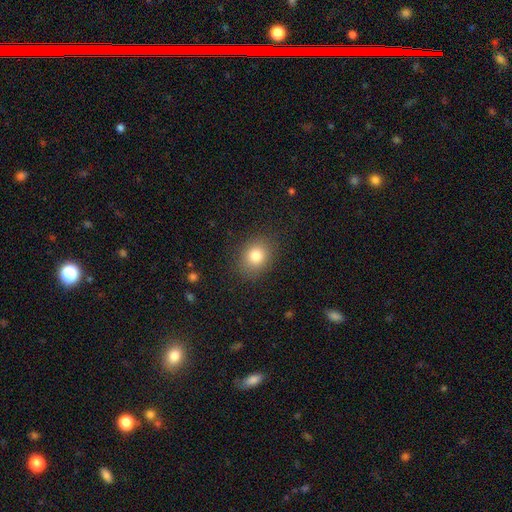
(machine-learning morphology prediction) Q: Smooth or featured?
A: smooth (81%); runner-up: star or artifact (11%)
Q: How rounded?
A: round (58%); runner-up: in between (41%)
Q: Merging?
A: none (86%); runner-up: minor disturbance (10%)